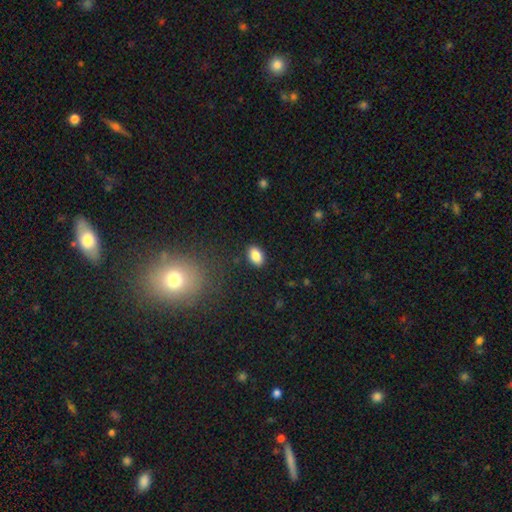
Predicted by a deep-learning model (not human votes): smooth-or-featured: smooth: 86% | star or artifact: 9% | featured or disk: 5%
  how-rounded: in between: 85% | round: 14% | cigar-shaped: 1%
  merging: none: 88% | minor disturbance: 8% | major disturbance: 2% | merger: 1%